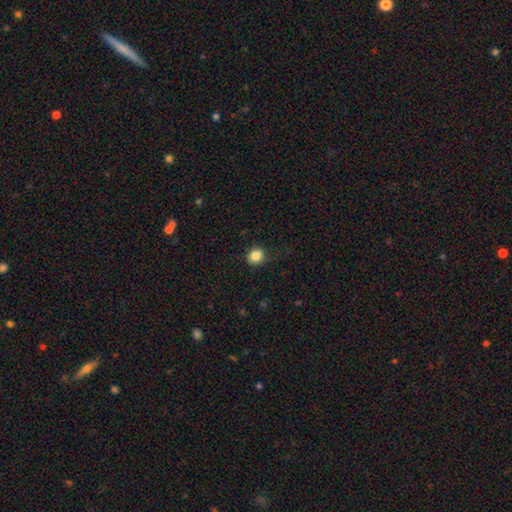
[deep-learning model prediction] Smooth or featured?
  - smooth: 85% *
  - star or artifact: 11%
  - featured or disk: 4%
How rounded?
  - round: 83% *
  - in between: 16%
  - cigar-shaped: 1%
Merging?
  - none: 84% *
  - minor disturbance: 11%
  - major disturbance: 3%
  - merger: 1%